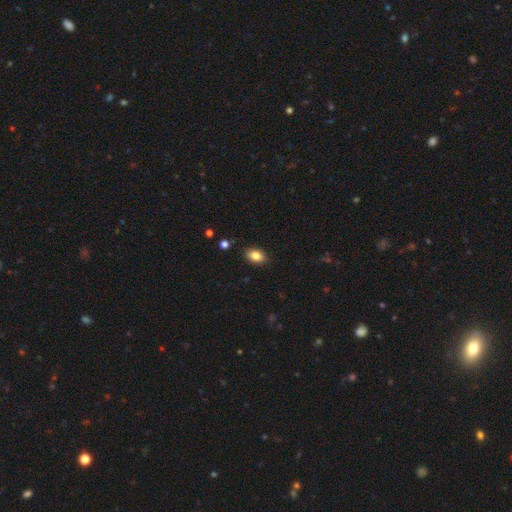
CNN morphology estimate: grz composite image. It shows a smooth galaxy with no disk features (85%) that is in between round and cigar-shaped (85%). Merging: none (87%).